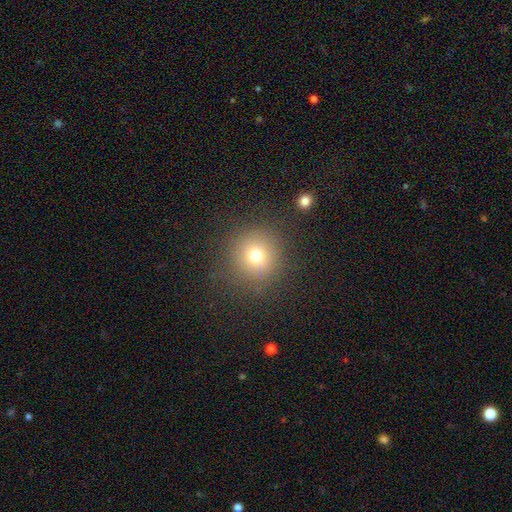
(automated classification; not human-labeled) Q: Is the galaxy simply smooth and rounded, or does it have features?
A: smooth — 71%.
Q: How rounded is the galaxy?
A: round — 93%.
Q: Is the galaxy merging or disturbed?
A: none — 86%.